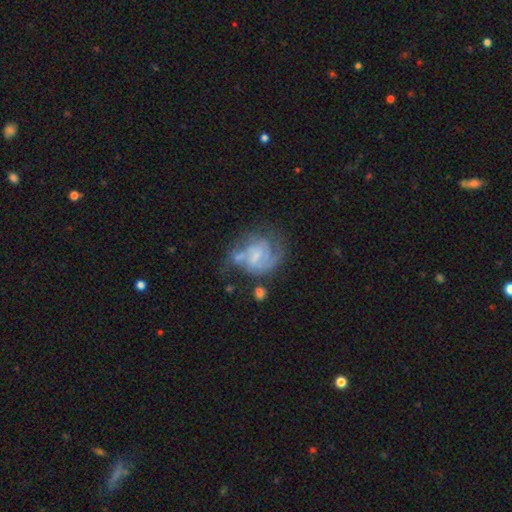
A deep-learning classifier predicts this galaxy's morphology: A featured or disk galaxy (72%) with a weak bar (47%), 2 (45%) medium (42%) spiral arms (85%) and a small central bulge (49%). Merging: none (39%).